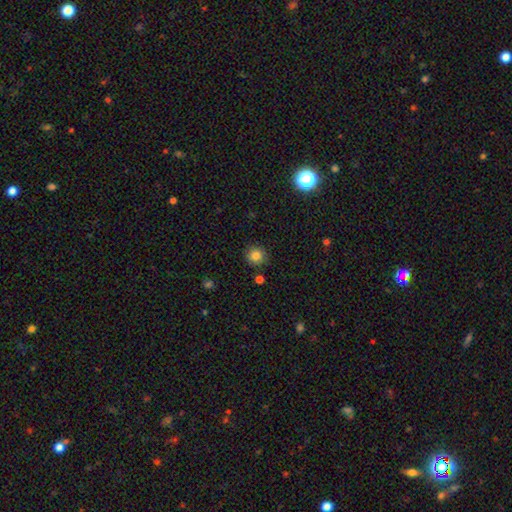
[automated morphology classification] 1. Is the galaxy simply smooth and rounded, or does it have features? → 83% smooth, 11% star or artifact, 6% featured or disk.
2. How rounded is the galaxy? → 93% round, 6% in between, 1% cigar-shaped.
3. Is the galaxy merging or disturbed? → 88% none, 8% minor disturbance, 2% merger, 2% major disturbance.